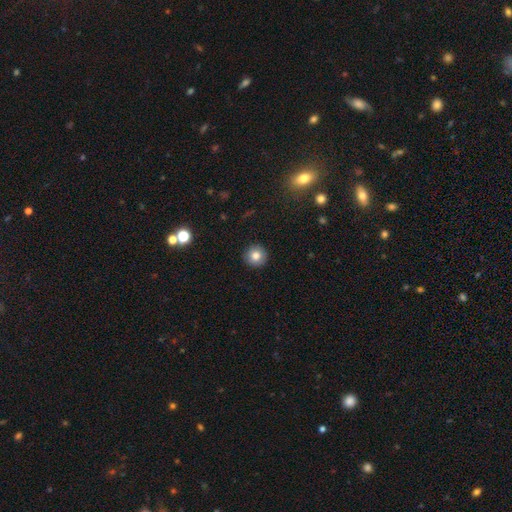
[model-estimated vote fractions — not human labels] The model was most divided on "smooth or featured": smooth: 81%, star or artifact: 10%, featured or disk: 9%. More confident: how rounded — round (95%); merging — none (92%).